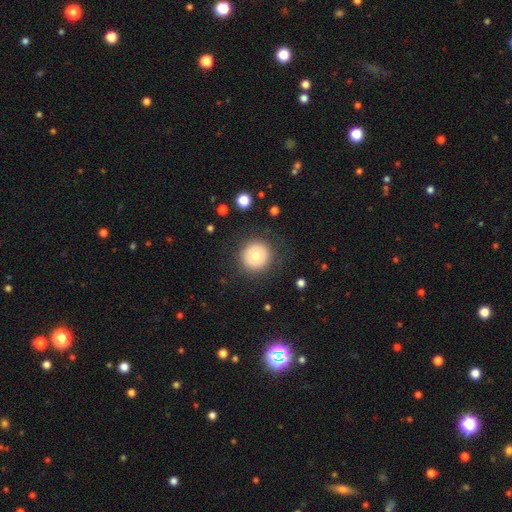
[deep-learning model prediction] Smooth or featured: smooth — 72% (featured or disk — 19%)
How rounded: round — 95% (in between — 4%)
Merging: none — 86% (minor disturbance — 8%)